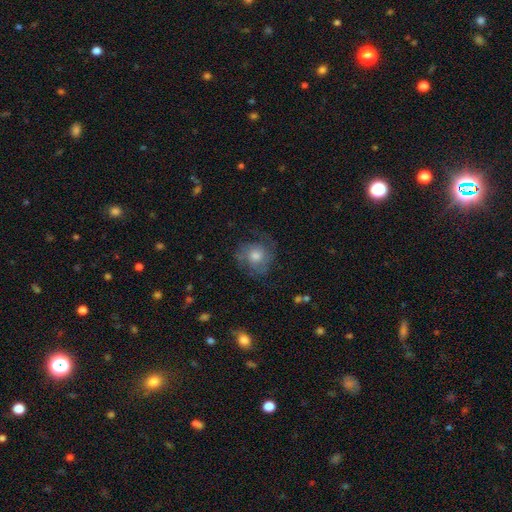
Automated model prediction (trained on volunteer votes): A featured or disk galaxy (51%). Merging: none (68%).